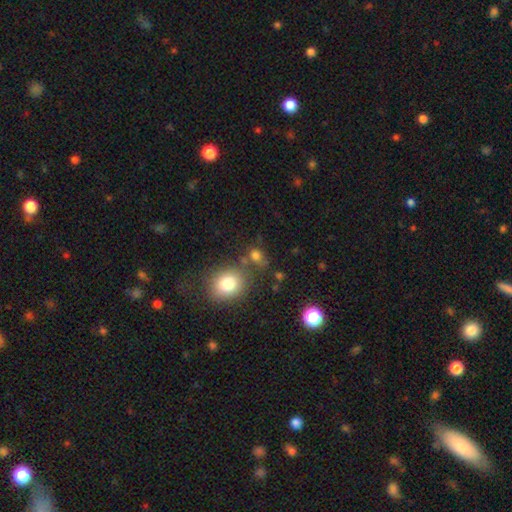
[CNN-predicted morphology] smooth_or_featured: smooth (p=0.75) [alt: star or artifact p=0.15]
how_rounded: round (p=0.56) [alt: in between p=0.41]
merging: none (p=0.57) [alt: merger p=0.18]